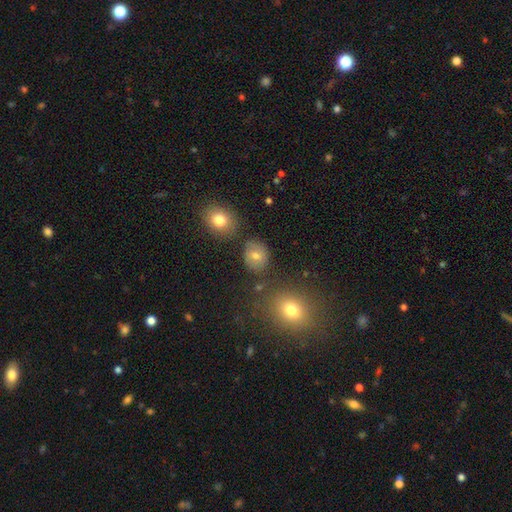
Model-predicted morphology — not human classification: smooth-or-featured: smooth: 74% | featured or disk: 13% | star or artifact: 13%
  how-rounded: round: 63% | in between: 36% | cigar-shaped: 1%
  merging: none: 76% | minor disturbance: 13% | merger: 6% | major disturbance: 4%